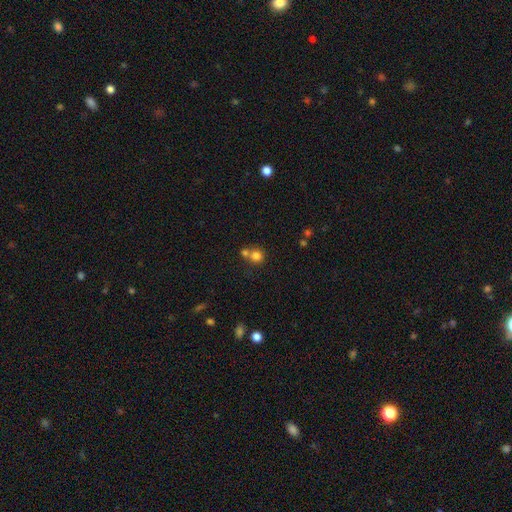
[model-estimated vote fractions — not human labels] Overall: smooth (78%). How rounded: round (87%). Merging: none (47%; merger 43%).